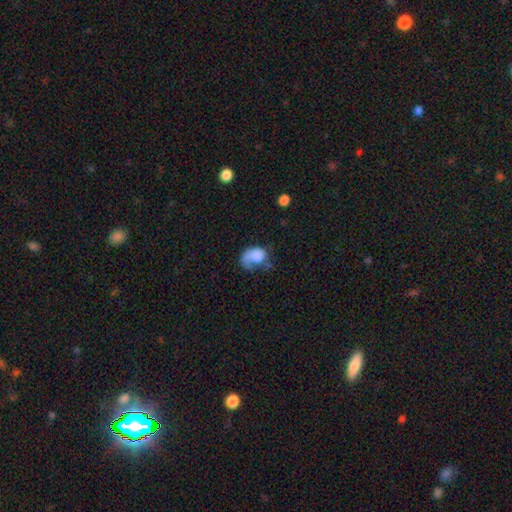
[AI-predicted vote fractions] smooth-or-featured: smooth: 64% | featured or disk: 28% | star or artifact: 8%
  how-rounded: in between: 72% | round: 27% | cigar-shaped: 1%
  merging: major disturbance: 45% | none: 25% | minor disturbance: 23% | merger: 6%